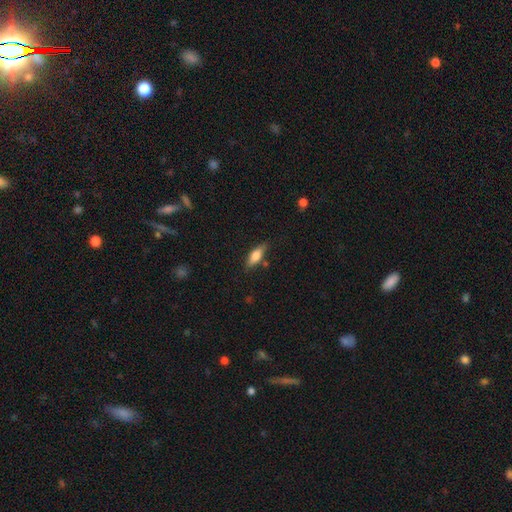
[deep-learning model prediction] A smooth galaxy with no disk features (68%) that is in between round and cigar-shaped (62%). Merging: none (75%).